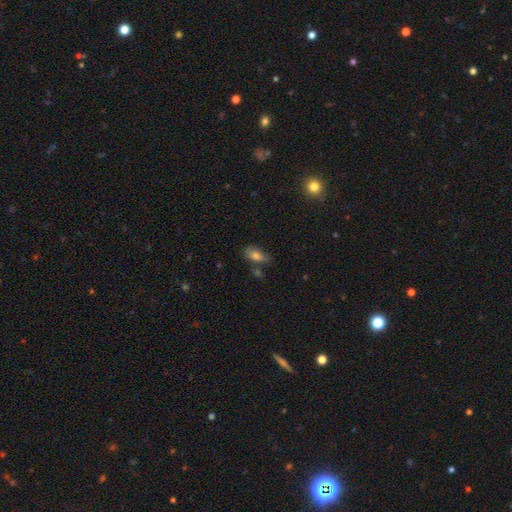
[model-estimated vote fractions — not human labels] A smooth galaxy with no disk features (73%) that is in between round and cigar-shaped (83%).

Vote fractions:
- Smooth or featured? smooth: 73% / featured or disk: 17% / star or artifact: 10%
- How rounded? in between: 83% / cigar-shaped: 11% / round: 6%
- Merging? none: 54% / minor disturbance: 26% / merger: 11% / major disturbance: 8%